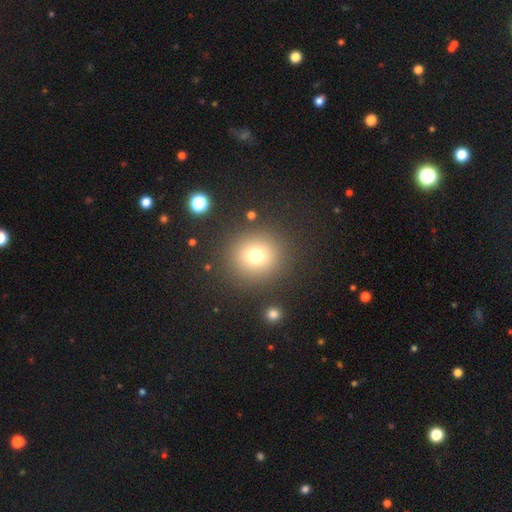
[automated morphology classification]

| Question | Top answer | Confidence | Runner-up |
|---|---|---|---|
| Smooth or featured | smooth | 73% | star or artifact (16%) |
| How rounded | round | 92% | in between (7%) |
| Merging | none | 87% | minor disturbance (6%) |